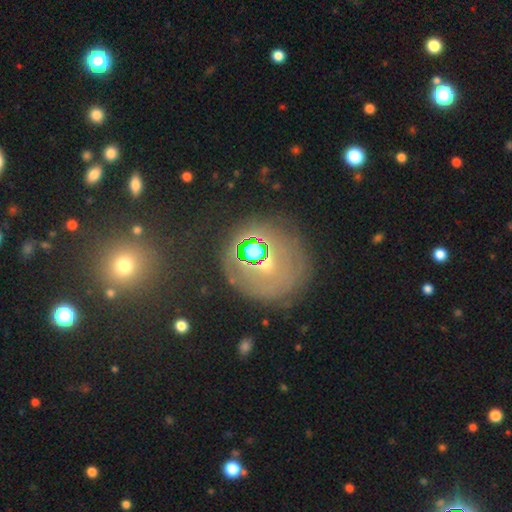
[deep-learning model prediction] smooth_or_featured: star or artifact (p=0.46) [alt: smooth p=0.31]